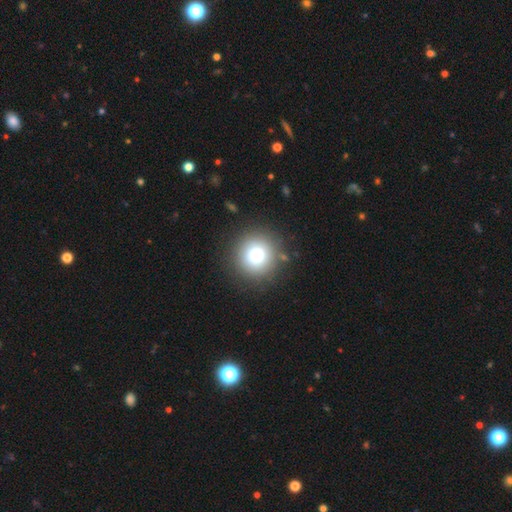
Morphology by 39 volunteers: Smooth or featured: smooth — 79% (featured or disk — 13%)
How rounded: round — 97% (in between — 3%)
Merging: none — 89% (merger — 6%)